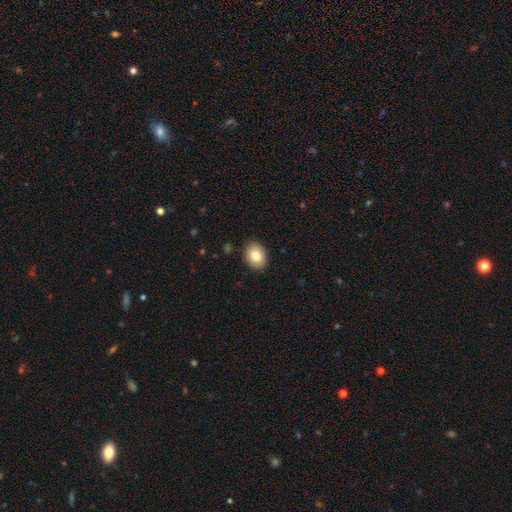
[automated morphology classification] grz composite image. It shows a smooth galaxy with no disk features (82%) that is in between round and cigar-shaped (58%). Merging: none (89%).